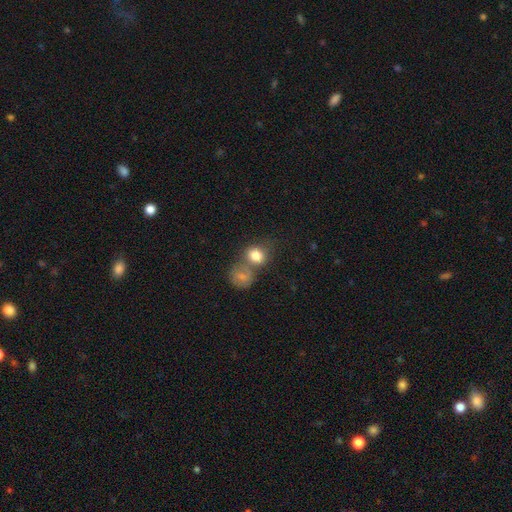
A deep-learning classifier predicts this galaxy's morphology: Q: Smooth or featured?
A: smooth (80%); runner-up: featured or disk (11%)
Q: How rounded?
A: round (64%); runner-up: in between (35%)
Q: Merging?
A: none (41%); runner-up: merger (40%)